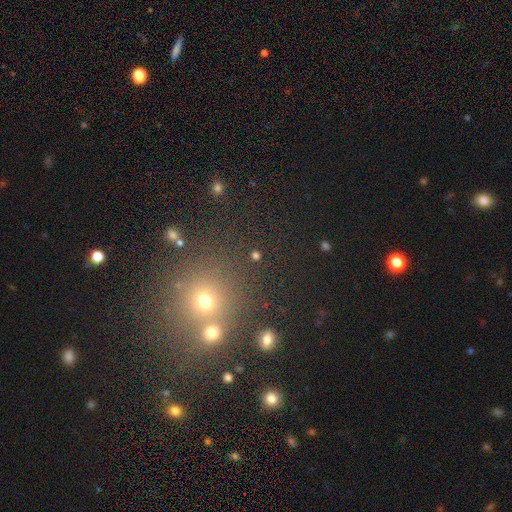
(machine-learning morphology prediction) Overall: smooth (61%; star or artifact 31%). How rounded: round (86%). Merging: none (85%).